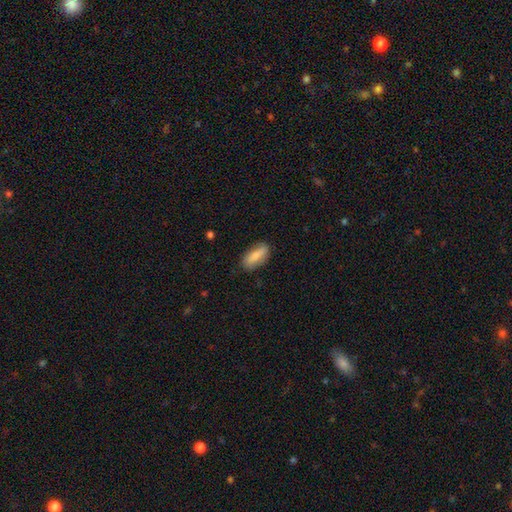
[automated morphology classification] smooth_or_featured: smooth (p=0.78) [alt: featured or disk p=0.16]
how_rounded: in between (p=0.75) [alt: cigar-shaped p=0.23]
merging: none (p=0.82) [alt: minor disturbance p=0.14]